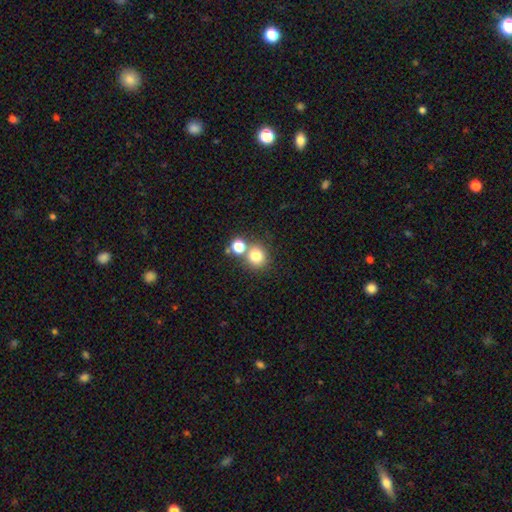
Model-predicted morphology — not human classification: Q: Smooth or featured?
A: smooth (77%); runner-up: star or artifact (15%)
Q: How rounded?
A: round (89%); runner-up: in between (10%)
Q: Merging?
A: none (64%); runner-up: merger (26%)